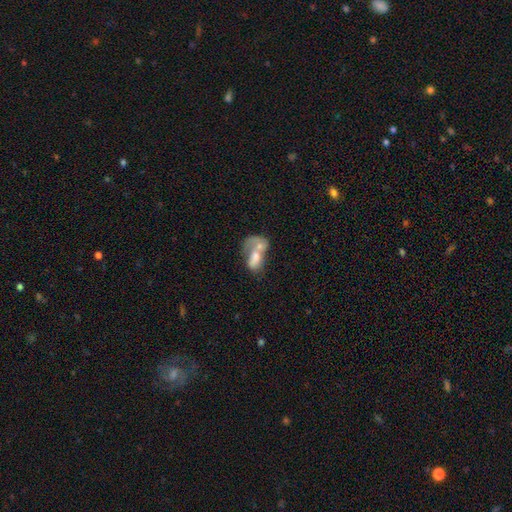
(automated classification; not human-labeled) smooth-or-featured: smooth: 57% | featured or disk: 35% | star or artifact: 8%
  how-rounded: in between: 84% | round: 13% | cigar-shaped: 3%
  merging: merger: 71% | major disturbance: 13% | none: 11% | minor disturbance: 6%